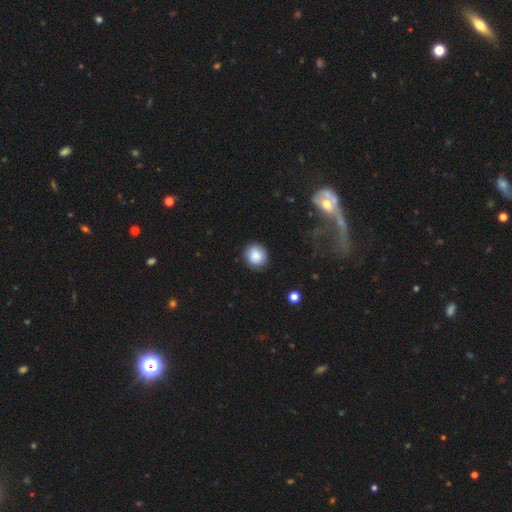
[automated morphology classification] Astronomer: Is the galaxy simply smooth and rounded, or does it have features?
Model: smooth — 84%.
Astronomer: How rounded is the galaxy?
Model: round — 88%.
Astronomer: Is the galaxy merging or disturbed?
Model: none — 85%.